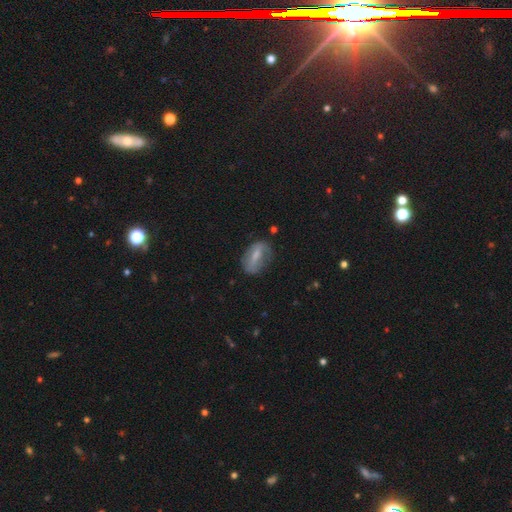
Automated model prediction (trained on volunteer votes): Smooth or featured?
  - smooth: 53% *
  - featured or disk: 39%
  - star or artifact: 8%
How rounded?
  - in between: 81% *
  - cigar-shaped: 10%
  - round: 9%
Merging?
  - none: 65% *
  - minor disturbance: 23%
  - major disturbance: 9%
  - merger: 2%